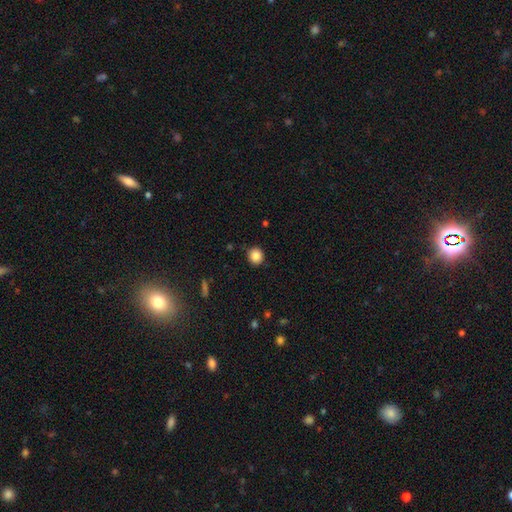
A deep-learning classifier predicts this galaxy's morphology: smooth-or-featured: smooth: 86% | star or artifact: 10% | featured or disk: 4%
  how-rounded: round: 87% | in between: 12% | cigar-shaped: 1%
  merging: none: 88% | minor disturbance: 8% | major disturbance: 2% | merger: 1%